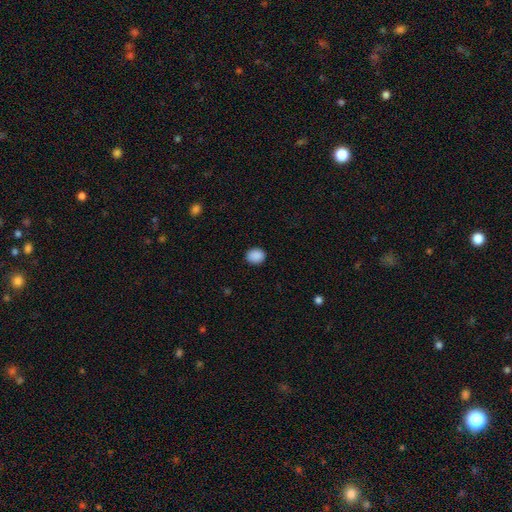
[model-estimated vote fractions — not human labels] A smooth galaxy with no disk features (89%) that is round (64%). Merging: none (90%).